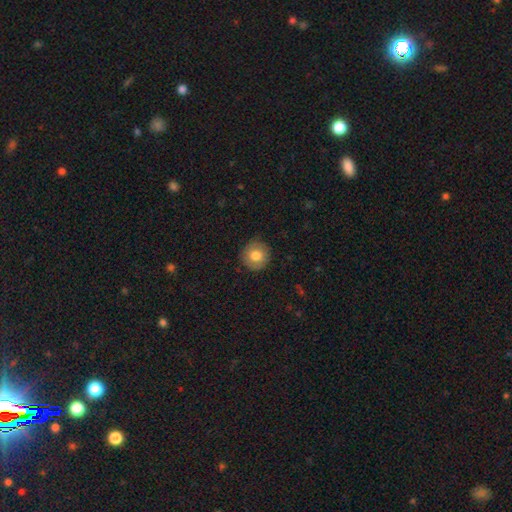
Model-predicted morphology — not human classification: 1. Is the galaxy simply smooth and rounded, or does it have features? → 77% smooth, 15% featured or disk, 8% star or artifact.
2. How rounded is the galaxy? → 92% round, 7% in between, 1% cigar-shaped.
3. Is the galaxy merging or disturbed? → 88% none, 9% minor disturbance, 2% major disturbance, 1% merger.